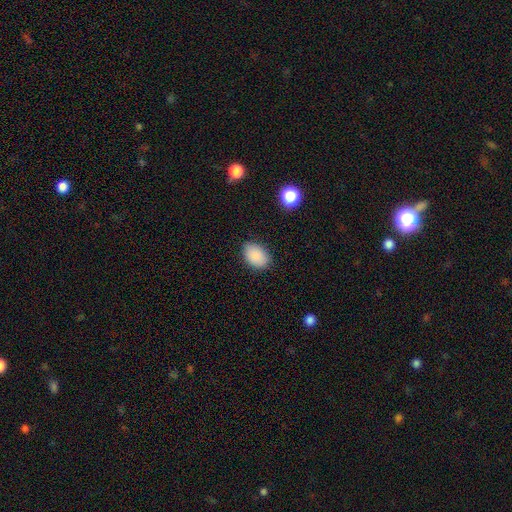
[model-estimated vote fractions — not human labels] A smooth galaxy with no disk features (88%) that is in between round and cigar-shaped (83%).

Vote fractions:
- Smooth or featured? smooth: 88% / star or artifact: 8% / featured or disk: 4%
- How rounded? in between: 83% / round: 16% / cigar-shaped: 1%
- Merging? none: 85% / minor disturbance: 11% / major disturbance: 3% / merger: 1%